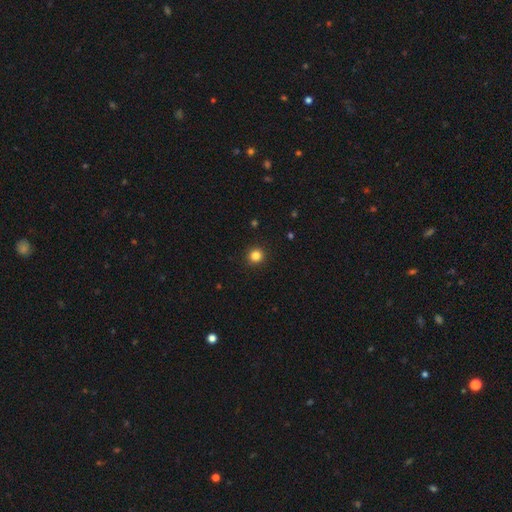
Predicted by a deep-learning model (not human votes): smooth-or-featured: smooth: 84% | star or artifact: 12% | featured or disk: 4%
  how-rounded: round: 93% | in between: 6% | cigar-shaped: 1%
  merging: none: 93% | minor disturbance: 5% | major disturbance: 2% | merger: 1%